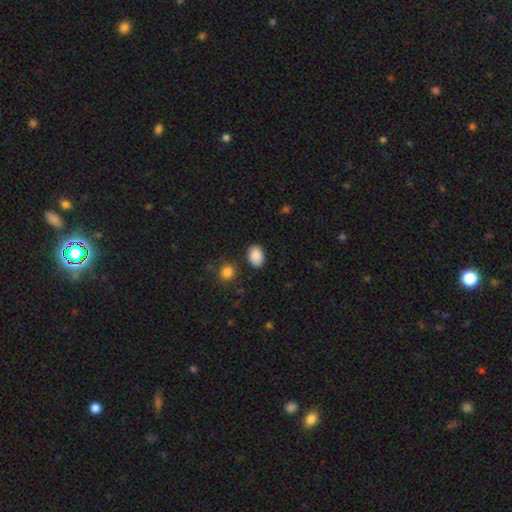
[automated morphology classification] A smooth galaxy with no disk features (89%) that is in between round and cigar-shaped (83%).

Vote fractions:
- Smooth or featured? smooth: 89% / star or artifact: 7% / featured or disk: 4%
- How rounded? in between: 83% / round: 16% / cigar-shaped: 1%
- Merging? none: 84% / minor disturbance: 10% / merger: 3% / major disturbance: 3%